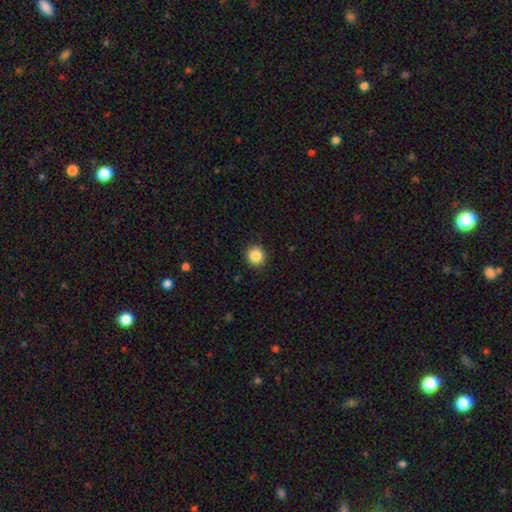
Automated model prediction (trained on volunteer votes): This is clearly a smooth galaxy (87%). How rounded: clearly round (93%). Merging: clearly none (92%).